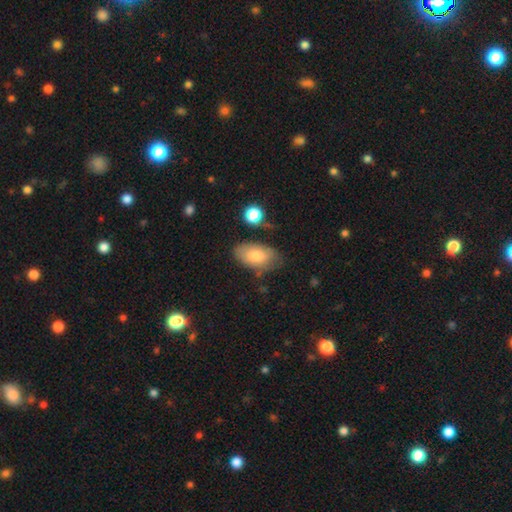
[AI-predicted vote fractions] smooth_or_featured: smooth (p=0.76) [alt: featured or disk p=0.16]
how_rounded: in between (p=0.93) [alt: round p=0.05]
merging: none (p=0.67) [alt: minor disturbance p=0.23]